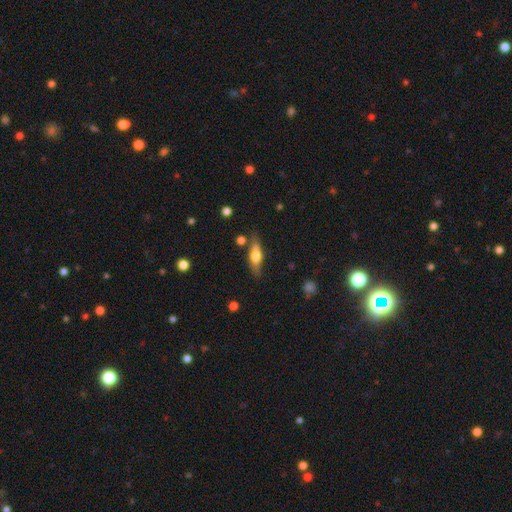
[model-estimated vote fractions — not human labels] Overall: smooth (48%; featured or disk 46%). Merging: none (77%).